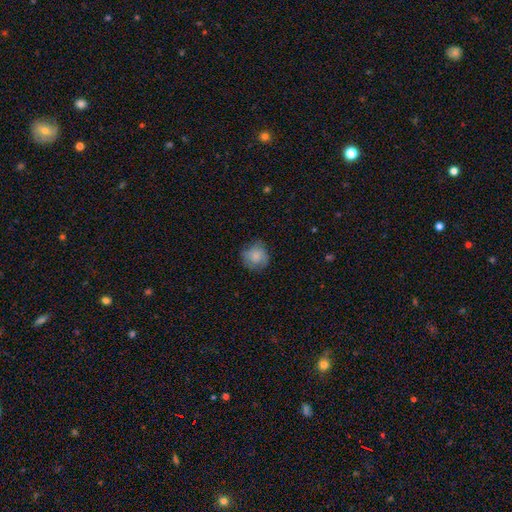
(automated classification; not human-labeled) This appears to be a smooth galaxy with no disk features (79%) that is round (86%). Merging: none (70%).